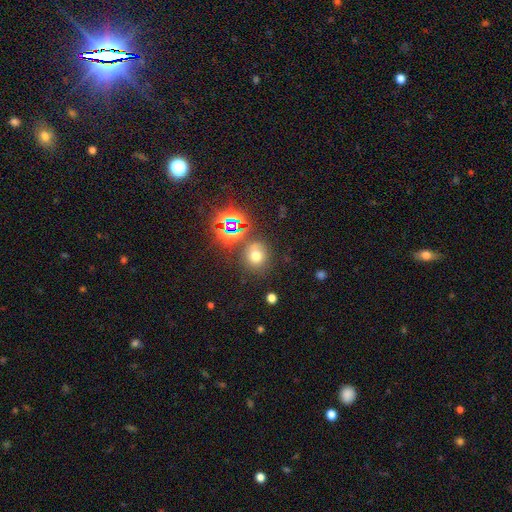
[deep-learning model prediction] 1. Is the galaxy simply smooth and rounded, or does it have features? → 63% smooth, 27% star or artifact, 11% featured or disk.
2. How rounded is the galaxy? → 83% round, 16% in between, 1% cigar-shaped.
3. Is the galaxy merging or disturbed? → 74% none, 12% minor disturbance, 9% merger, 5% major disturbance.